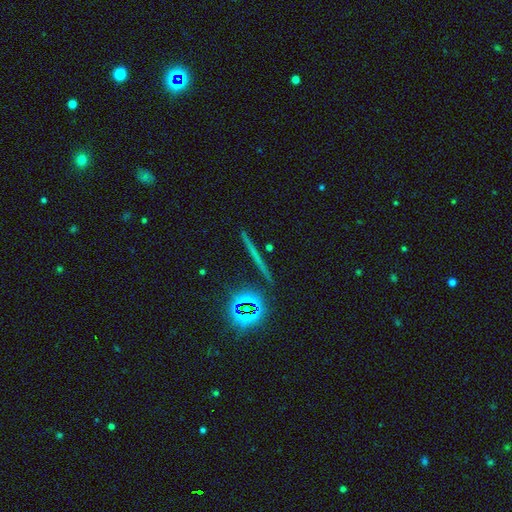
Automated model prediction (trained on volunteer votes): Smooth or featured: star or artifact — 42% (featured or disk — 33%)